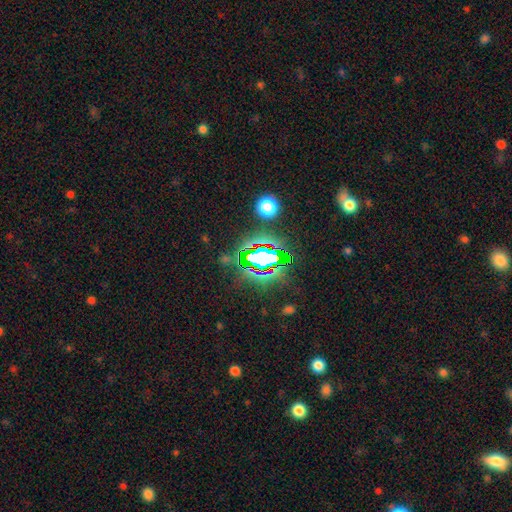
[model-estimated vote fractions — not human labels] smooth_or_featured: star or artifact (p=0.68) [alt: smooth p=0.18]